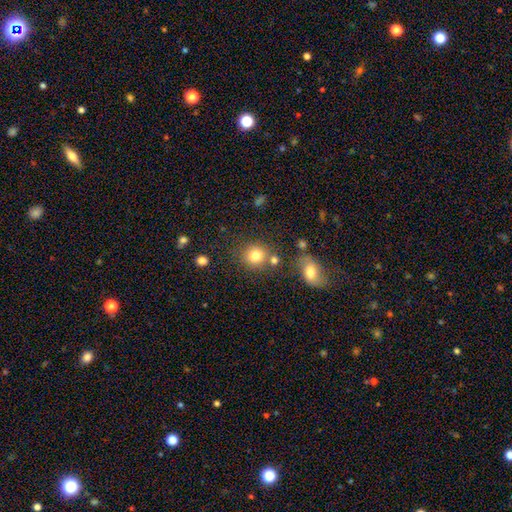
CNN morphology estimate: A smooth galaxy with no disk features (80%) that is round (84%). Merging: none (72%).